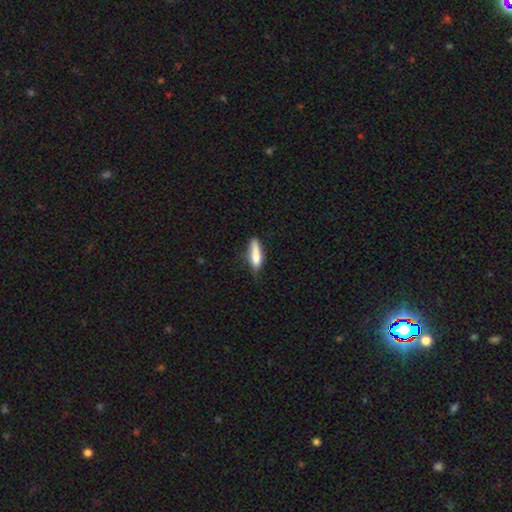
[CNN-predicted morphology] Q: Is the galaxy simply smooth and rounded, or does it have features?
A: smooth — 77%.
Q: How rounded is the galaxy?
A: cigar-shaped — 67%.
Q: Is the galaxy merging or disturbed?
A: none — 52%.